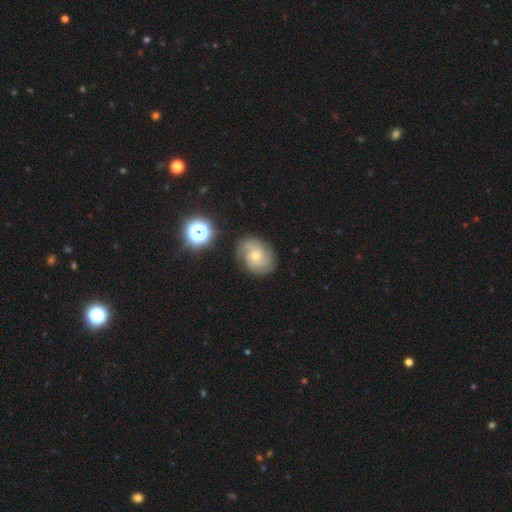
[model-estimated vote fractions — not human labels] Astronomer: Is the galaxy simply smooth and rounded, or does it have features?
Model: featured or disk — 80%.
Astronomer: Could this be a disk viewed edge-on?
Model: no — 98%.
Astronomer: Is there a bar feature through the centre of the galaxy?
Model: no — 71%.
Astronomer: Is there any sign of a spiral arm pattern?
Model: yes — 96%.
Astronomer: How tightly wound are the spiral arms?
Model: tight — 57% (runner-up: medium, 35%).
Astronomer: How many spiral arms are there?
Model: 3 — 33% (runner-up: 2, 31%).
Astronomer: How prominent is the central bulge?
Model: small — 58% (runner-up: moderate, 38%).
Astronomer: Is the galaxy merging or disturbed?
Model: none — 77%.